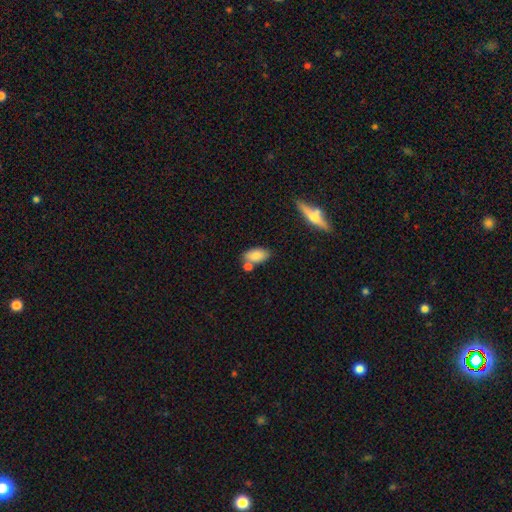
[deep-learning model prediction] The model was most divided on "merging": none: 61%, merger: 20%, minor disturbance: 15%, major disturbance: 4%. More confident: how rounded — in between (91%); smooth or featured — smooth (83%).